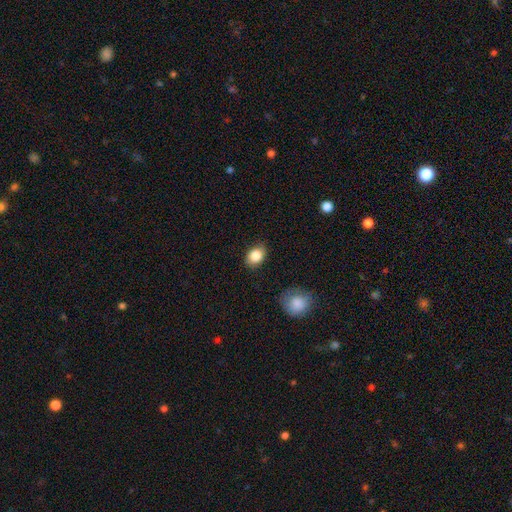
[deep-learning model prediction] Smooth or featured: smooth — 85% (star or artifact — 8%)
How rounded: in between — 70% (round — 29%)
Merging: none — 81% (minor disturbance — 14%)